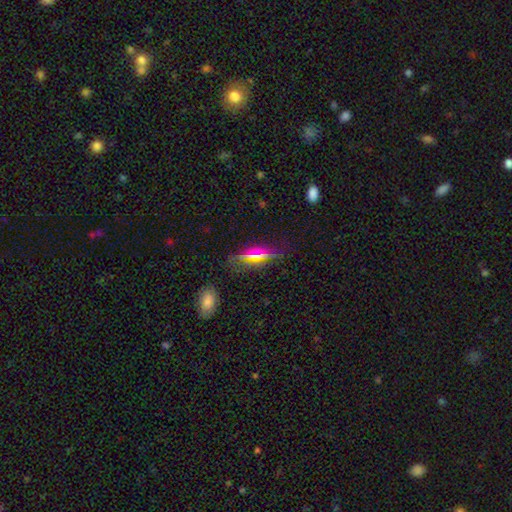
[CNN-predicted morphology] smooth 52%, star or artifact 24%, featured or disk 24%. Down the decision tree: how rounded — in between (65%); merging — none (80%).